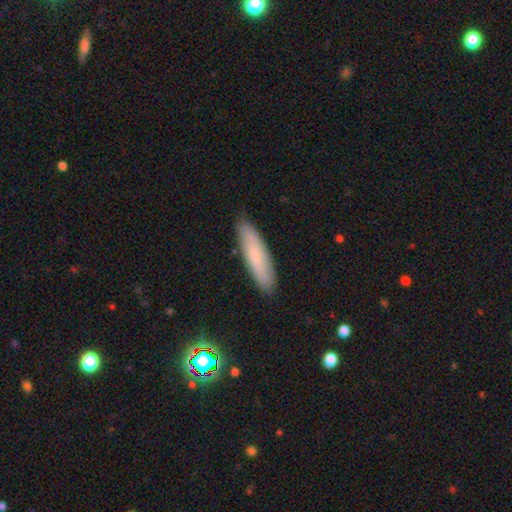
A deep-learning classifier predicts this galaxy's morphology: smooth-or-featured: smooth: 67% | featured or disk: 26% | star or artifact: 7%
  how-rounded: cigar-shaped: 75% | in between: 23% | round: 2%
  merging: none: 88% | minor disturbance: 9% | major disturbance: 2% | merger: 1%